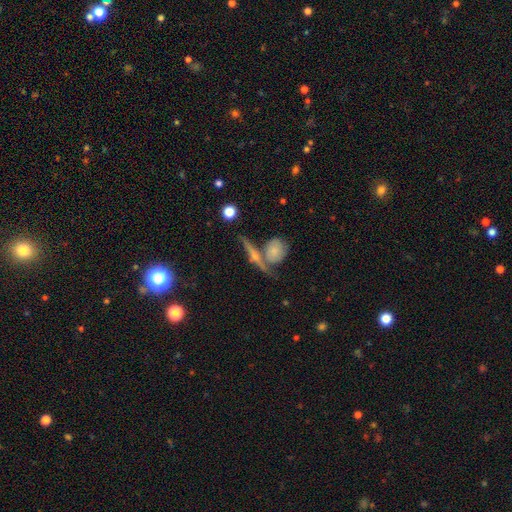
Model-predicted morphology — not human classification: smooth-or-featured: featured or disk: 62% | smooth: 25% | star or artifact: 14%
  disk-edge-on: yes: 83% | no: 17%
    edge-on-bulge: rounded: 71% | none: 20% | boxy: 9%
  merging: none: 61% | merger: 22% | minor disturbance: 11% | major disturbance: 5%